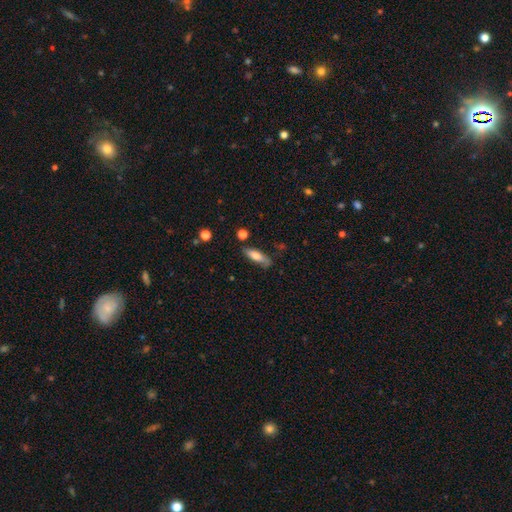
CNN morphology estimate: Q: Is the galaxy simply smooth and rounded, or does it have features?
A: smooth — 71%.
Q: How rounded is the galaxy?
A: cigar-shaped — 50%.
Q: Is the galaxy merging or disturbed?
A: none — 70%.